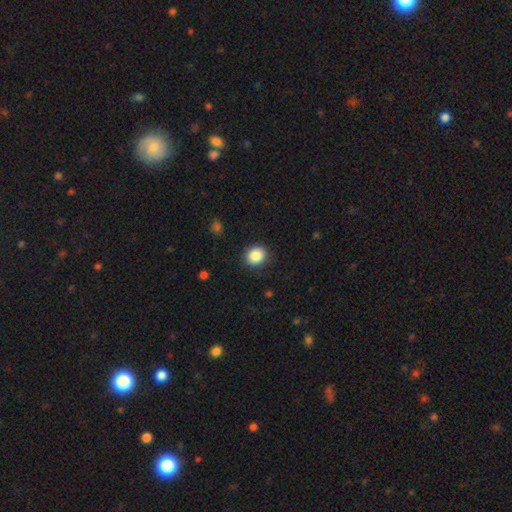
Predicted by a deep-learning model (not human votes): smooth_or_featured: smooth (p=0.88) [alt: star or artifact p=0.09]
how_rounded: round (p=0.78) [alt: in between p=0.21]
merging: none (p=0.89) [alt: minor disturbance p=0.07]